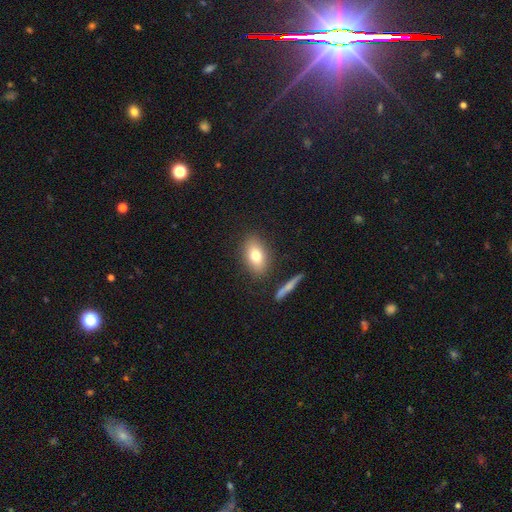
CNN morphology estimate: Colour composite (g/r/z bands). It shows a smooth galaxy with no disk features (74%) that is in between round and cigar-shaped (83%). Merging: none (82%).